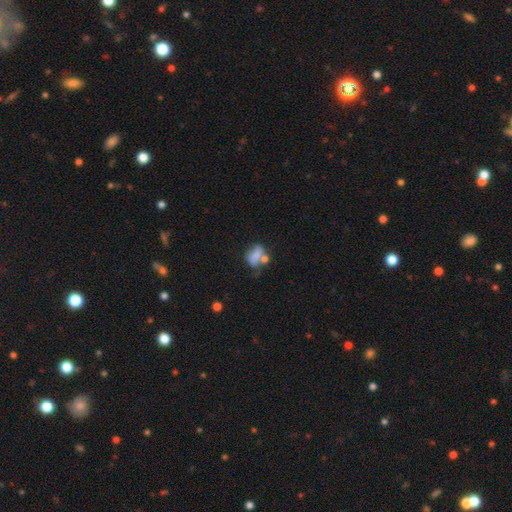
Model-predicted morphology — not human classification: Smooth or featured? smooth (66%)
How rounded? in between (75%)
Merging? merger (32%)